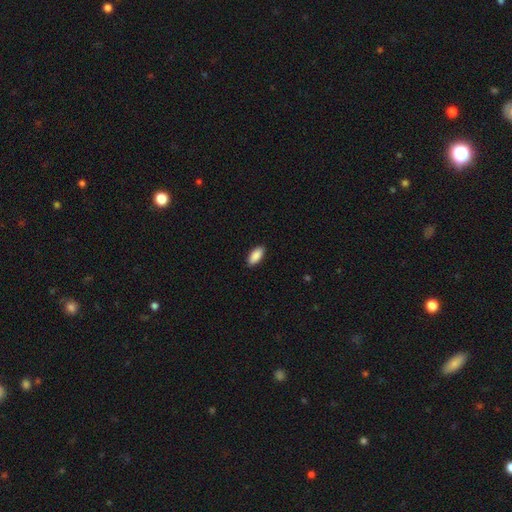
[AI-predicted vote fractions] A smooth galaxy with no disk features (90%) that is in between round and cigar-shaped (88%).

Vote fractions:
- Smooth or featured? smooth: 90% / star or artifact: 6% / featured or disk: 4%
- How rounded? in between: 88% / cigar-shaped: 10% / round: 2%
- Merging? none: 89% / minor disturbance: 8% / major disturbance: 2% / merger: 1%